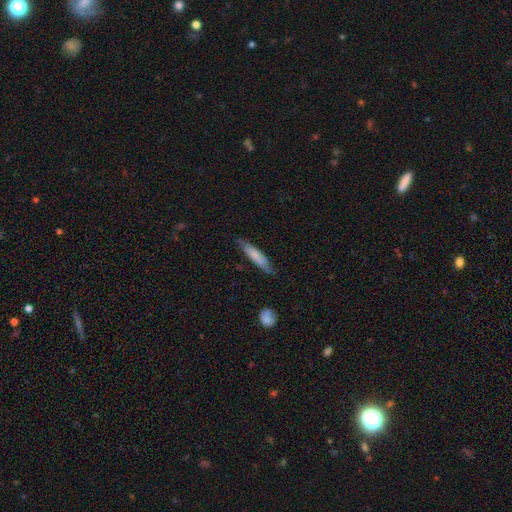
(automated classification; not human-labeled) Q: Smooth or featured?
A: smooth (67%); runner-up: featured or disk (28%)
Q: How rounded?
A: cigar-shaped (79%); runner-up: in between (20%)
Q: Merging?
A: none (75%); runner-up: minor disturbance (20%)